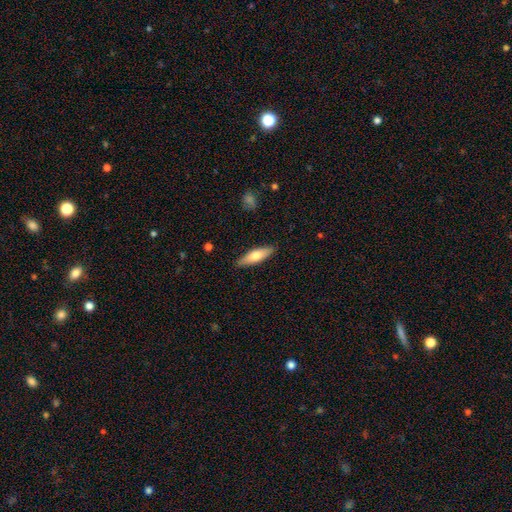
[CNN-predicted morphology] Overall: smooth (64%; featured or disk 31%). How rounded: cigar-shaped (54%; in between 44%). Merging: none (88%).